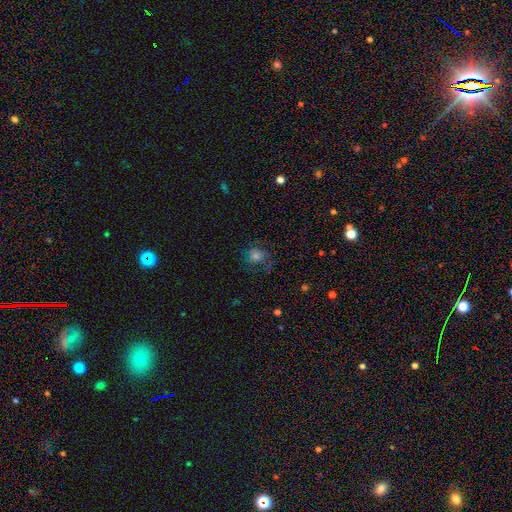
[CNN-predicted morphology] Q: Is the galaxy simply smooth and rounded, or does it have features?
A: smooth — 46%.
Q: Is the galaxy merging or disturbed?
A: none — 65%.